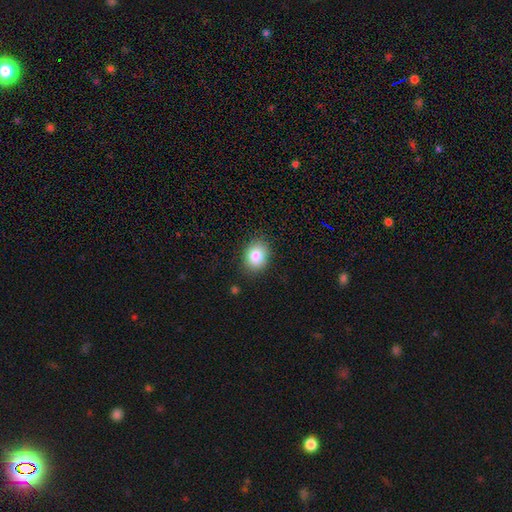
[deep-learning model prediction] Smooth or featured: smooth — 84% (star or artifact — 9%)
How rounded: in between — 54% (round — 45%)
Merging: none — 86% (minor disturbance — 10%)